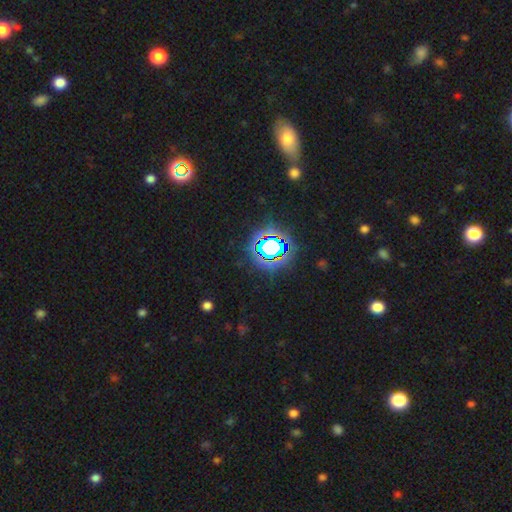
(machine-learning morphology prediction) A star or artifact, not a galaxy (77%).

Vote fractions:
- Smooth or featured? star or artifact: 77% / smooth: 15% / featured or disk: 8%